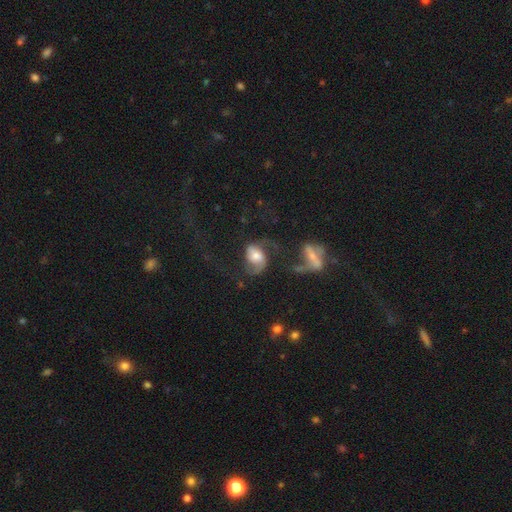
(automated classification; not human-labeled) This appears to be a featured or disk galaxy (65%) with no bar (46%), 2 (80%) loose (53%) spiral arms (87%) and a moderate central bulge (47%). Merging: none (35%).